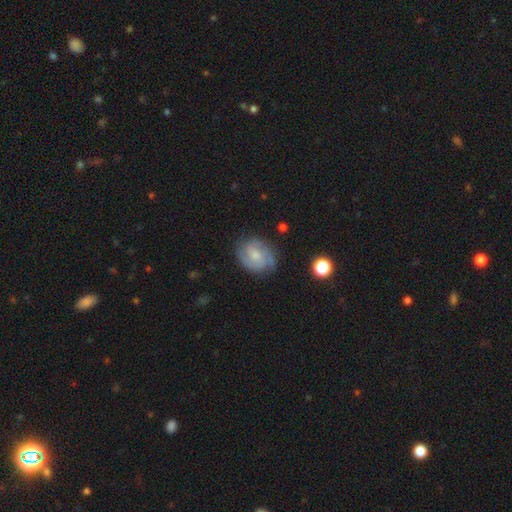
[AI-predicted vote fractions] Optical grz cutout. It shows a featured or disk galaxy (70%) with no bar (62%), 2 (38%) tight (46%) spiral arms (94%) and a small central bulge (52%). Merging: none (75%).